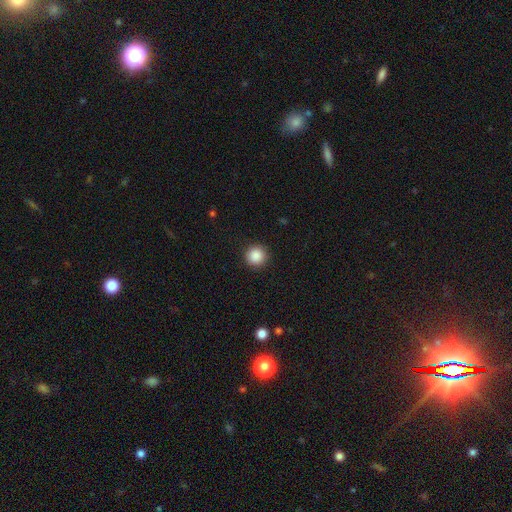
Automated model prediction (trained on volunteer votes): Smooth or featured? smooth (88%)
How rounded? round (95%)
Merging? none (92%)